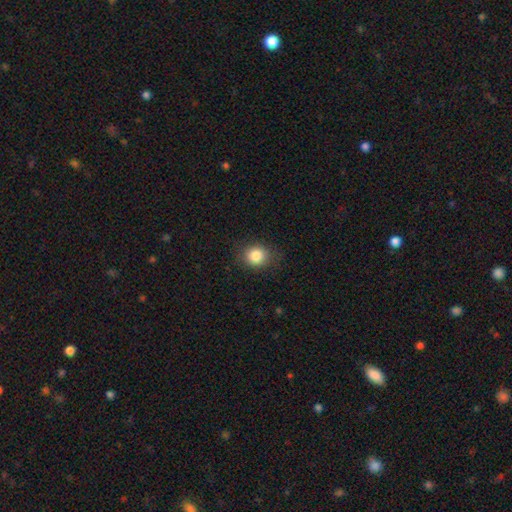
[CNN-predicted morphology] Smooth or featured: smooth — 84% (star or artifact — 10%)
How rounded: round — 74% (in between — 25%)
Merging: none — 83% (minor disturbance — 13%)